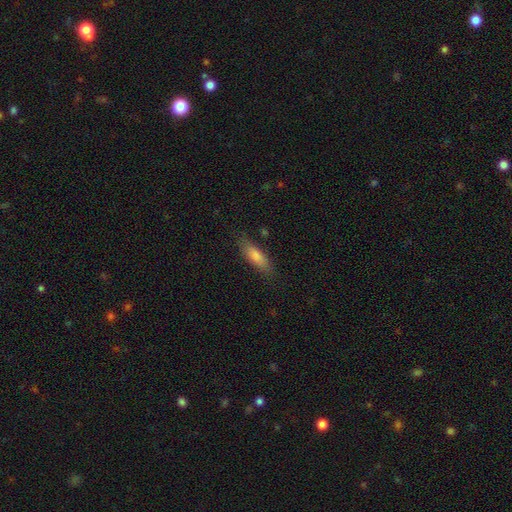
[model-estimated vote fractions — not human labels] This appears to be a smooth galaxy with no disk features (78%) that is cigar-shaped (53%). Merging: none (82%).